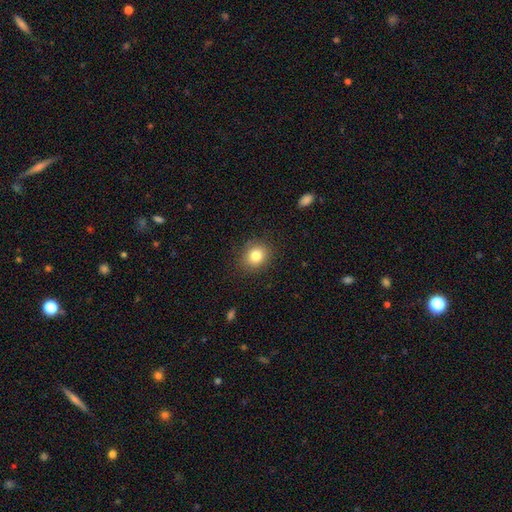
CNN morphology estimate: A smooth galaxy with no disk features (82%) that is round (66%). Merging: none (87%).